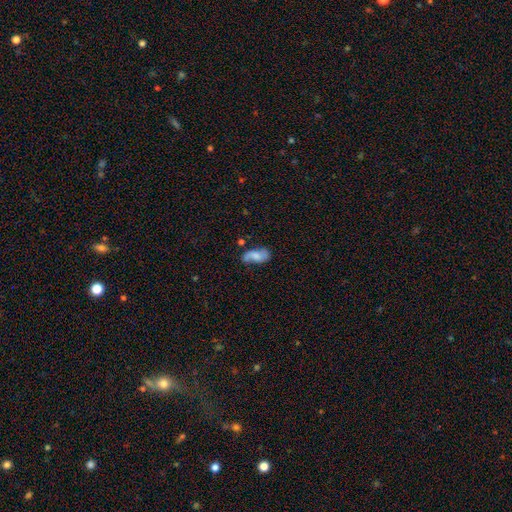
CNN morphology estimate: smooth_or_featured: smooth (p=0.46) [tied with: featured or disk p=0.46]
merging: none (p=0.53) [alt: minor disturbance p=0.29]